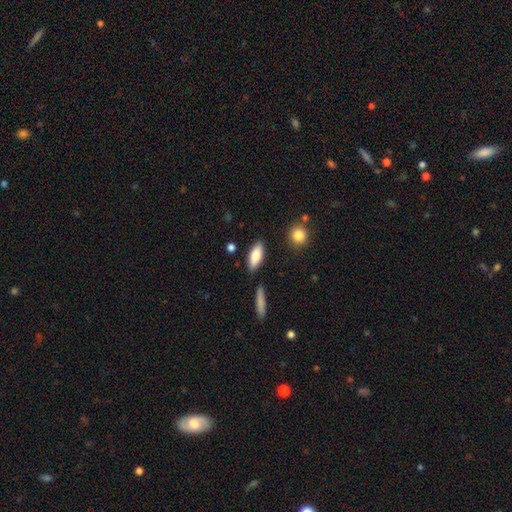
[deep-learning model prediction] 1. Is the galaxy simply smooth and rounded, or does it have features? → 80% smooth, 14% featured or disk, 6% star or artifact.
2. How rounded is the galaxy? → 76% in between, 22% cigar-shaped, 2% round.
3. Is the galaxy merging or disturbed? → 83% none, 10% minor disturbance, 4% merger, 2% major disturbance.